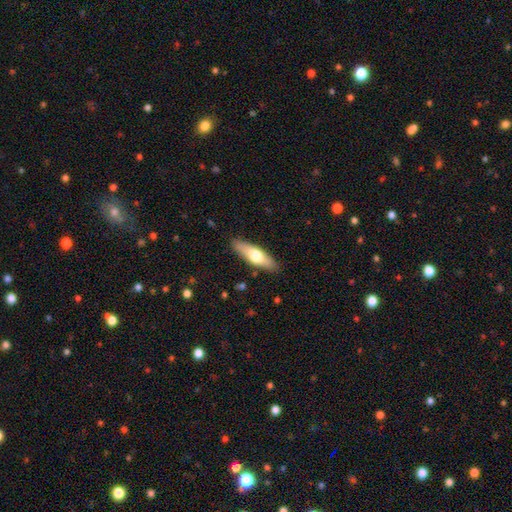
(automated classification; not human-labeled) A smooth galaxy with no disk features (60%) that is cigar-shaped (54%). Merging: none (88%).